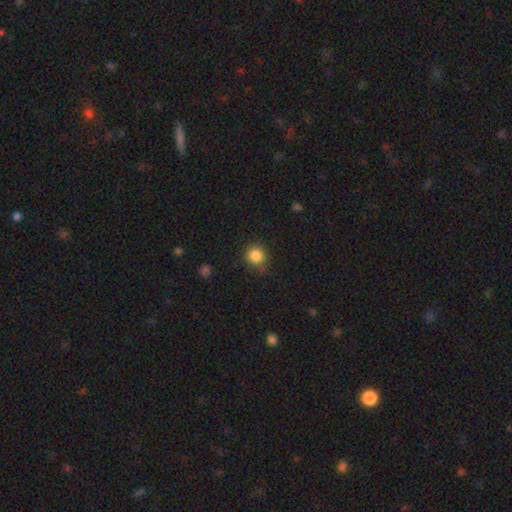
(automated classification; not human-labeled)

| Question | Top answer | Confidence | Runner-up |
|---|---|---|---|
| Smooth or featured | smooth | 85% | star or artifact (11%) |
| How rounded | round | 93% | in between (6%) |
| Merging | none | 80% | minor disturbance (14%) |